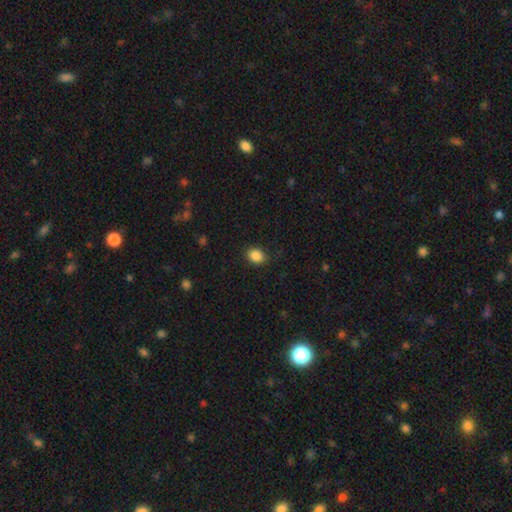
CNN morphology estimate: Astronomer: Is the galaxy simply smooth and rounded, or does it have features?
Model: smooth — 87%.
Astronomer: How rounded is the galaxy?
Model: in between — 52% (runner-up: round, 47%).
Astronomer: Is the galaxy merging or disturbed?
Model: none — 85%.